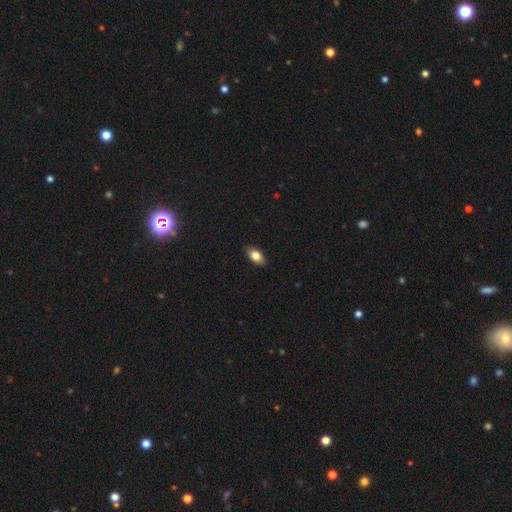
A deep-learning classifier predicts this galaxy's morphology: This is clearly a smooth galaxy (80%). How rounded: clearly in between (88%). Merging: clearly none (87%).